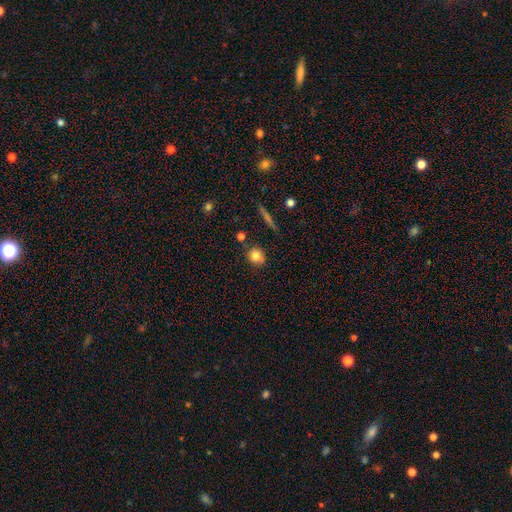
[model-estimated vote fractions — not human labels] Smooth or featured? Predicted: smooth (p=0.81). How rounded? Predicted: round (p=0.77). Merging? Predicted: none (p=0.72).